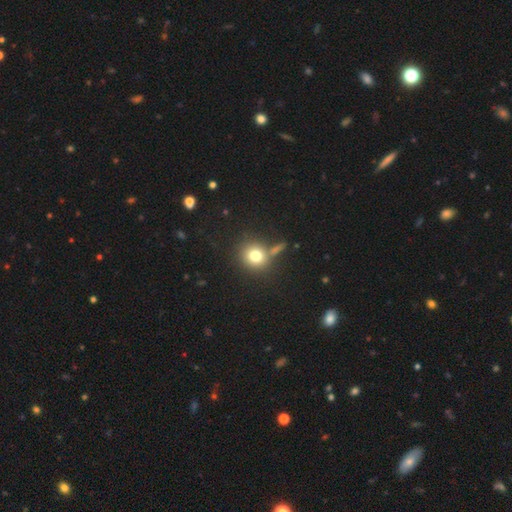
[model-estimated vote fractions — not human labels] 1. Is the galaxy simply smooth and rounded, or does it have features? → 77% smooth, 13% star or artifact, 10% featured or disk.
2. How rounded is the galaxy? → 89% round, 10% in between, 1% cigar-shaped.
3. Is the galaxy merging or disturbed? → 70% none, 14% merger, 11% minor disturbance, 5% major disturbance.